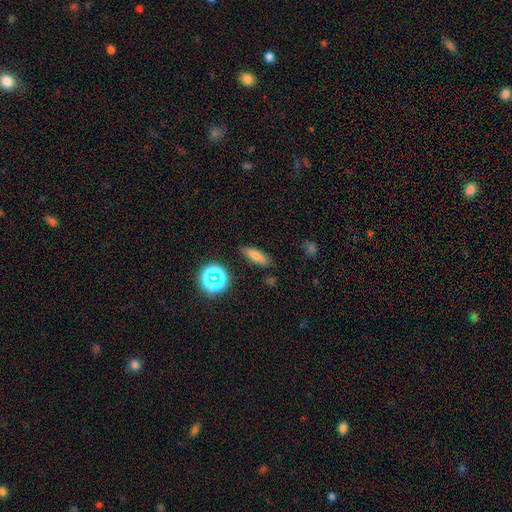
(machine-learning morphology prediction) Smooth or featured? Predicted: smooth (p=0.66). How rounded? Predicted: in between (p=0.51). Merging? Predicted: none (p=0.83).